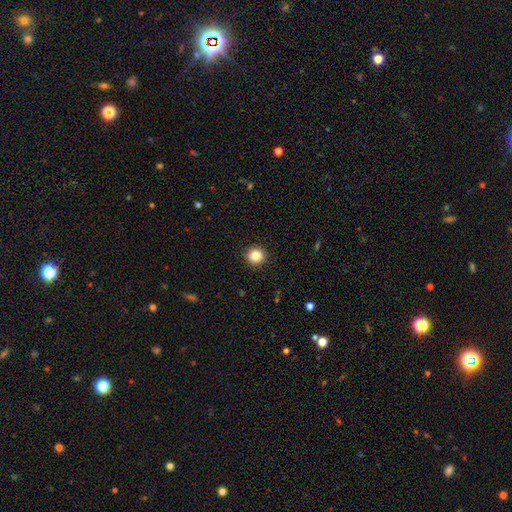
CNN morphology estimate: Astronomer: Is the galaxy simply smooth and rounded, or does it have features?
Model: smooth — 86%.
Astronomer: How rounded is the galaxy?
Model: round — 89%.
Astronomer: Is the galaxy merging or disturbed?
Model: none — 91%.